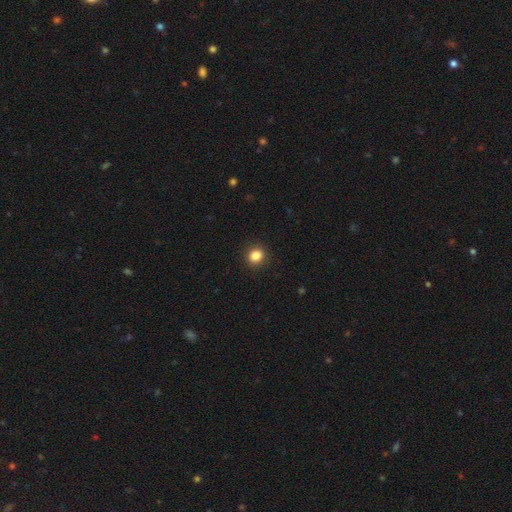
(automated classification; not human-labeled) This is clearly a smooth galaxy (86%). How rounded: likely round (77%). Merging: clearly none (91%).